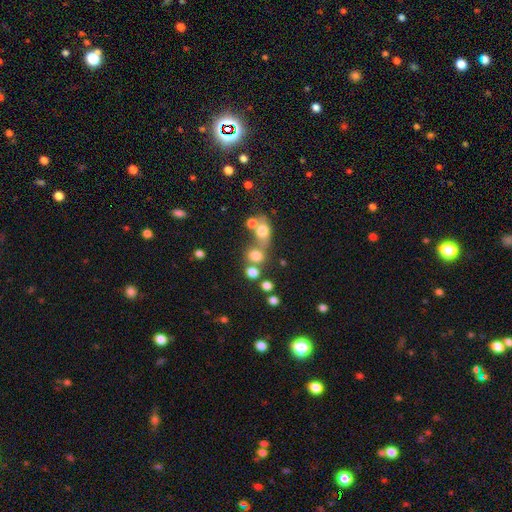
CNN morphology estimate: This appears to be a smooth galaxy with no disk features (73%) that is round (64%). Merging: none (44%).